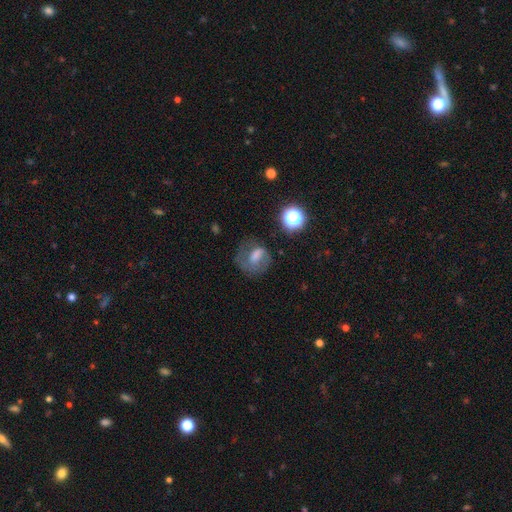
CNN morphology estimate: A featured or disk galaxy (42%).

Vote fractions:
- Smooth or featured? featured or disk: 42% / smooth: 41% / star or artifact: 17%
- Merging? none: 59% / minor disturbance: 21% / major disturbance: 18% / merger: 3%